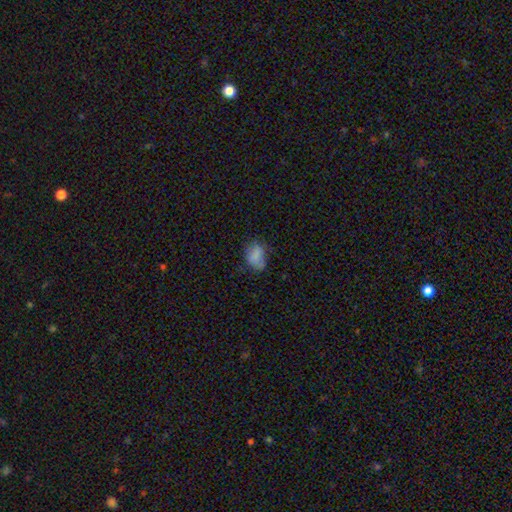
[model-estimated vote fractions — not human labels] Morphology: type=smooth (75%); roundness=in between (75%); merging=none (53%).